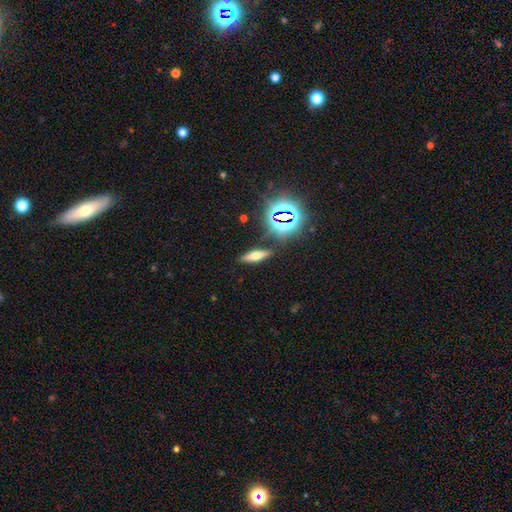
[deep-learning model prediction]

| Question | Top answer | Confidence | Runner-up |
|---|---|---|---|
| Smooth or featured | smooth | 46% | featured or disk (33%) |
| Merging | none | 86% | minor disturbance (8%) |